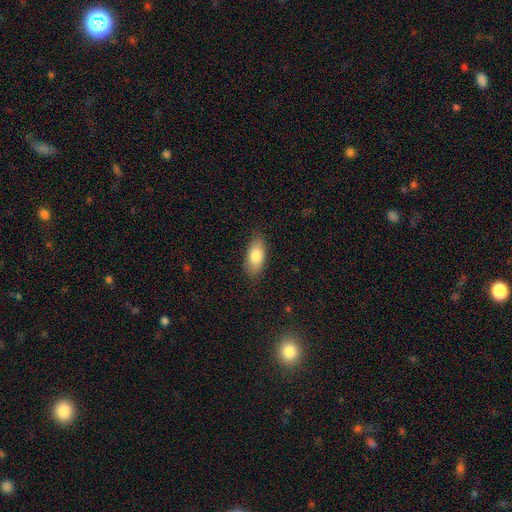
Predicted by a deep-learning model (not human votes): This appears to be a smooth galaxy with no disk features (81%) that is in between round and cigar-shaped (88%). Merging: none (84%).